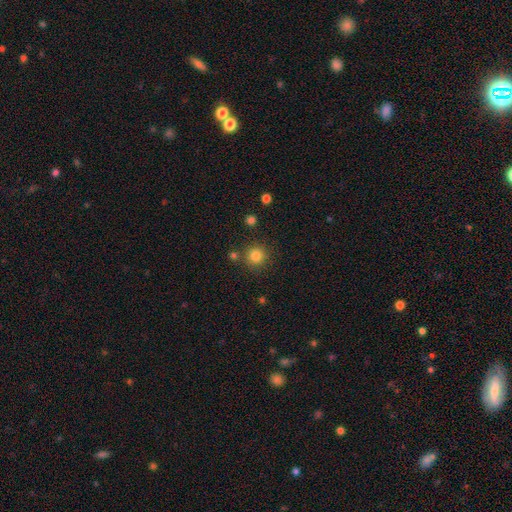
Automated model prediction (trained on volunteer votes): Smooth or featured: smooth — 83% (star or artifact — 12%)
How rounded: round — 94% (in between — 5%)
Merging: none — 84% (minor disturbance — 7%)